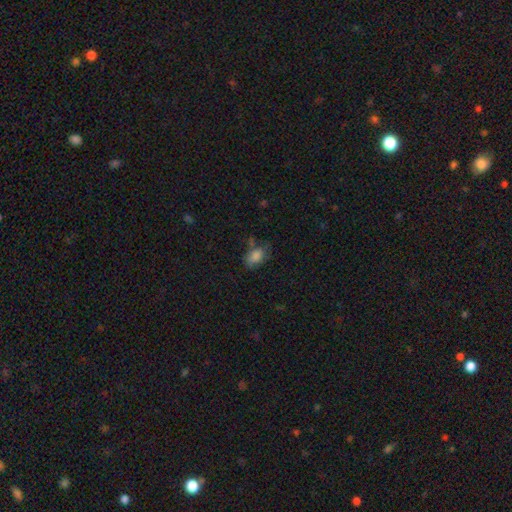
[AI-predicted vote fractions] Q: Smooth or featured?
A: smooth (81%); runner-up: featured or disk (10%)
Q: How rounded?
A: in between (85%); runner-up: round (13%)
Q: Merging?
A: none (54%); runner-up: minor disturbance (28%)